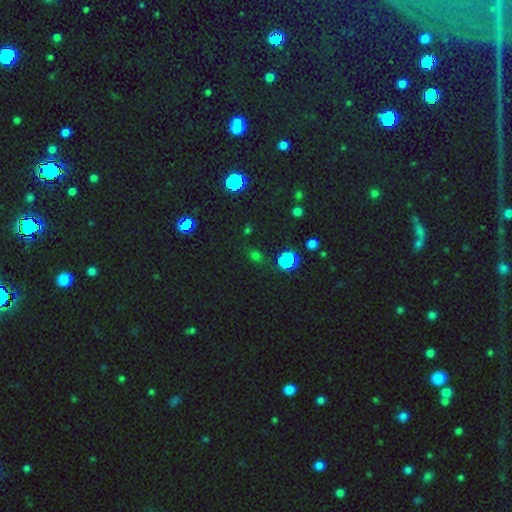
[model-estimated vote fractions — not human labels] This is possibly a smooth galaxy (54%). How rounded: likely round (64%). Merging: likely none (78%).